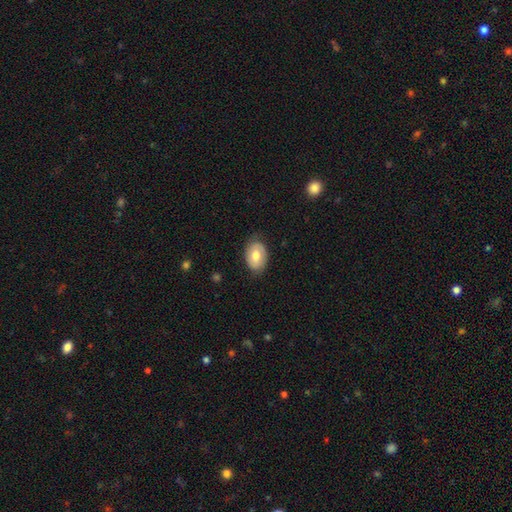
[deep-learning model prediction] smooth 62%, featured or disk 32%, star or artifact 6%. Down the decision tree: how rounded — in between (81%); merging — none (75%).